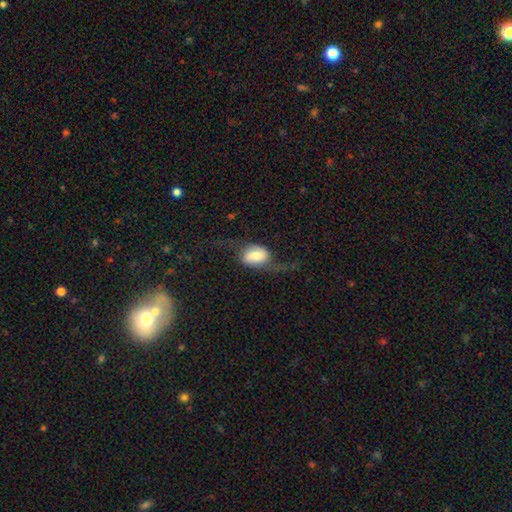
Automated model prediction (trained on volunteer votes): A featured or disk galaxy (52%).

Vote fractions:
- Smooth or featured? featured or disk: 52% / smooth: 40% / star or artifact: 8%
- Edge-on disk? no: 93% / yes: 7%
- Merging? none: 45% / major disturbance: 33% / minor disturbance: 19% / merger: 3%